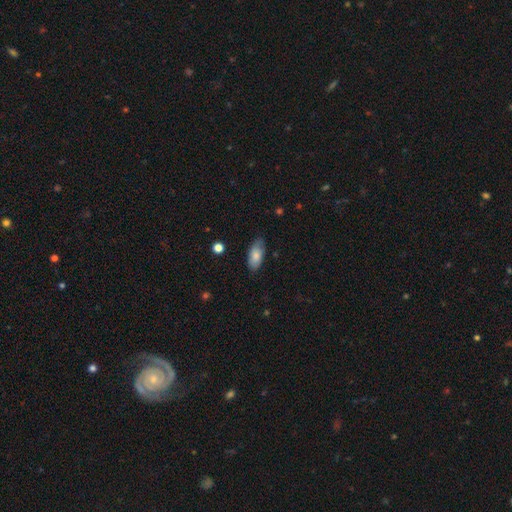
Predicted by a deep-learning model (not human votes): smooth_or_featured: smooth (p=0.80) [alt: featured or disk p=0.14]
how_rounded: in between (p=0.89) [alt: cigar-shaped p=0.08]
merging: none (p=0.78) [alt: minor disturbance p=0.18]